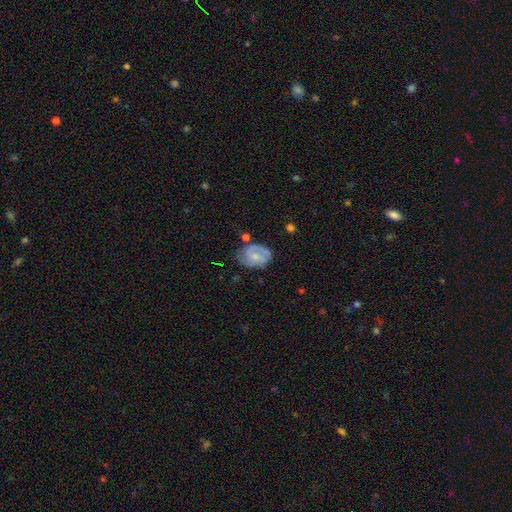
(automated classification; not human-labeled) Smooth or featured: featured or disk — 64% (smooth — 30%)
Edge-on disk: no — 97% (yes — 3%)
Bar: no — 66% (weak — 30%)
Spiral arms: yes — 82% (no — 18%)
Spiral winding: tight — 47% (medium — 39%)
Spiral arm count: 2 — 57% (can't tell — 23%)
Bulge size: small — 49% (moderate — 40%)
Merging: none — 59% (minor disturbance — 27%)